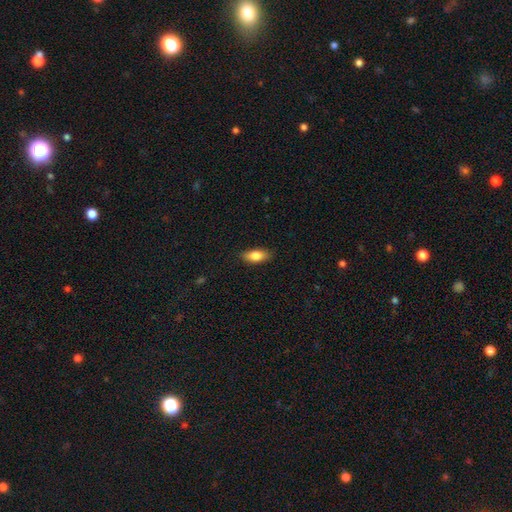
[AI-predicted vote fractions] This is likely a smooth galaxy (80%). How rounded: clearly in between (80%). Merging: clearly none (87%).